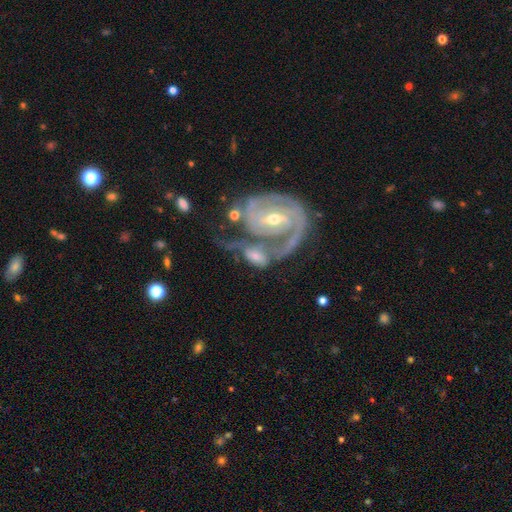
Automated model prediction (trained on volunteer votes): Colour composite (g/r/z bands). It shows a featured or disk galaxy (73%) with a weak bar (42%), 2 (68%) medium (40%, tied with tight) spiral arms (90%) and a moderate central bulge (58%). Merging: merger (52%).